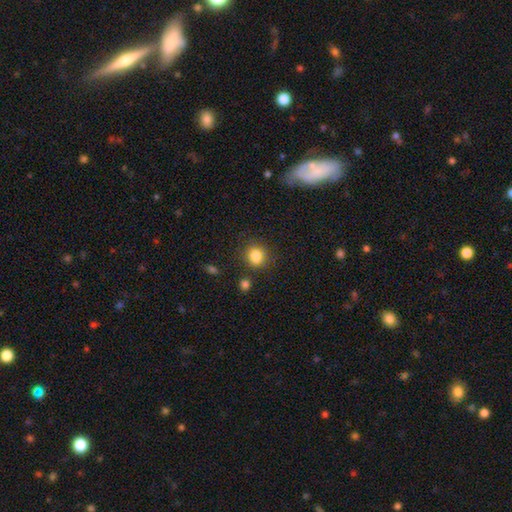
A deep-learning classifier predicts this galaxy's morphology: The model was most divided on "how rounded": round: 81%, in between: 18%, cigar-shaped: 1%. More confident: smooth or featured — smooth (84%); merging — none (81%).